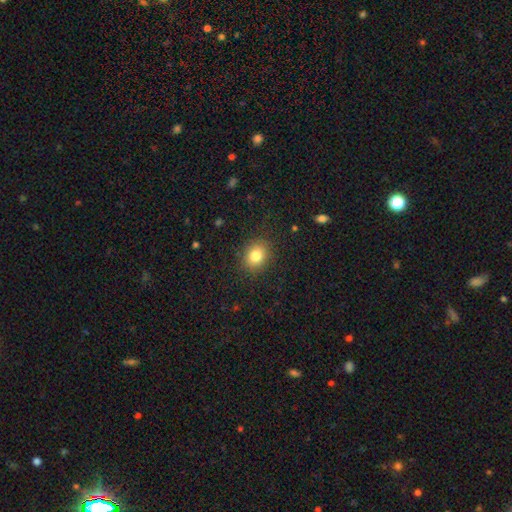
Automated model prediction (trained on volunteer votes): A smooth galaxy with no disk features (81%) that is round (57%). Merging: none (87%).